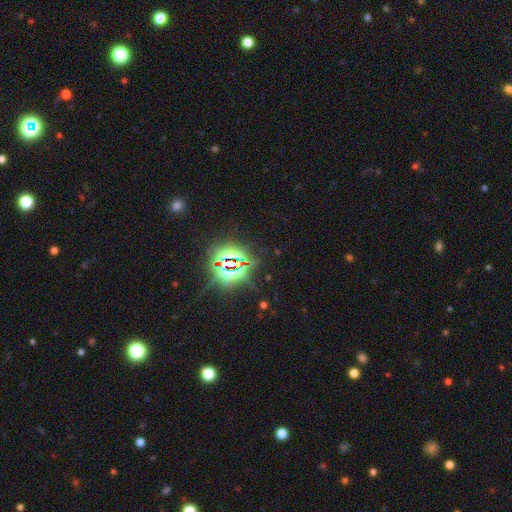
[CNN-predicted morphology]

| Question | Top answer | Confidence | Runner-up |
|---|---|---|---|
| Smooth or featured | star or artifact | 84% | smooth (10%) |